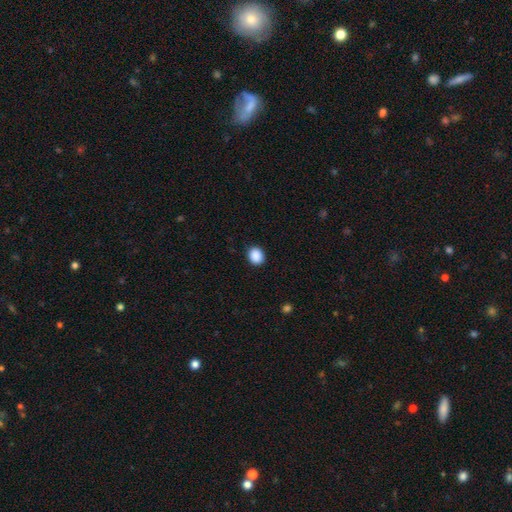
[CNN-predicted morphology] Smooth or featured: smooth — 90% (star or artifact — 8%)
How rounded: round — 68% (in between — 31%)
Merging: none — 90% (minor disturbance — 7%)